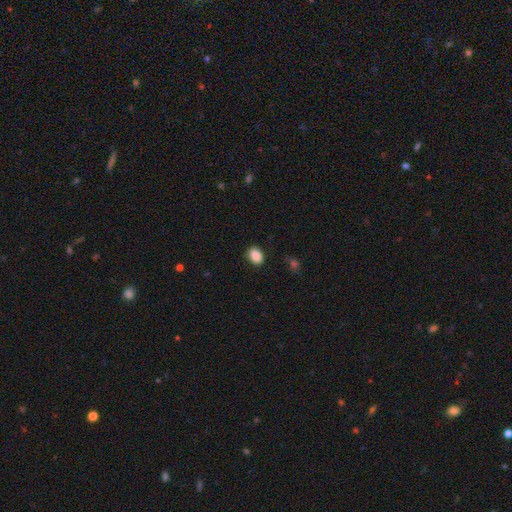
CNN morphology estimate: Smooth or featured? smooth (89%)
How rounded? in between (71%)
Merging? none (84%)